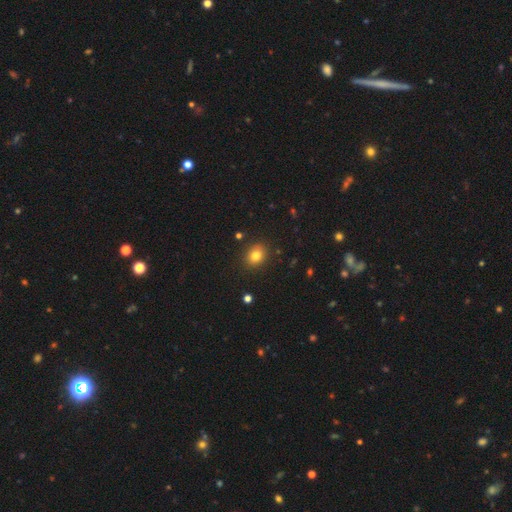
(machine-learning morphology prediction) This is clearly a smooth galaxy (81%). How rounded: possibly round (57%). Merging: clearly none (87%).